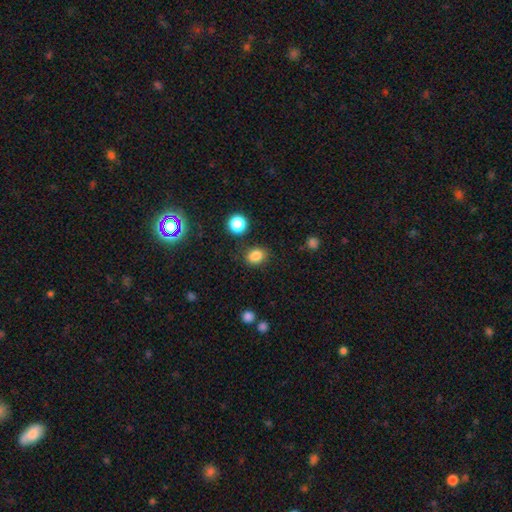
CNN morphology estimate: smooth 83%, star or artifact 12%, featured or disk 5%. Down the decision tree: how rounded — in between (53%); merging — none (81%).